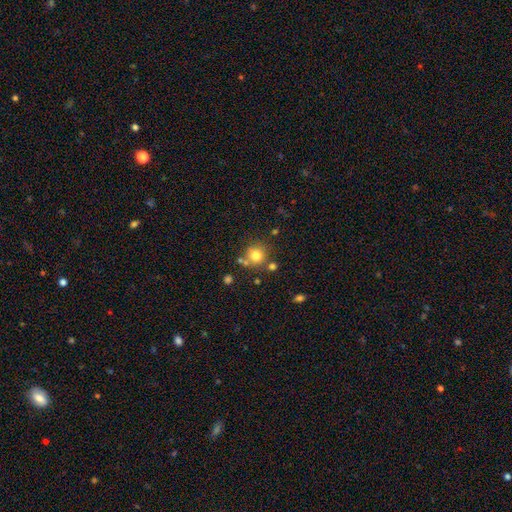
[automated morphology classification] smooth_or_featured: smooth (p=0.77) [alt: star or artifact p=0.13]
how_rounded: round (p=0.91) [alt: in between p=0.08]
merging: none (p=0.71) [alt: merger p=0.14]